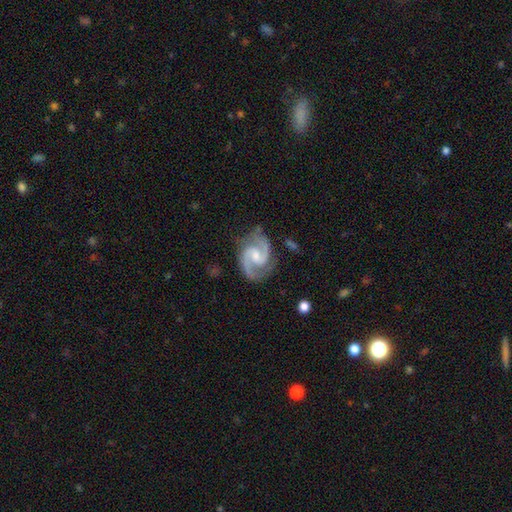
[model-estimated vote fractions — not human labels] A featured or disk galaxy (93%) with a weak bar (55%), 2 (94%) medium (65%) spiral arms (99%) and a moderate central bulge (45%). Merging: none (79%).